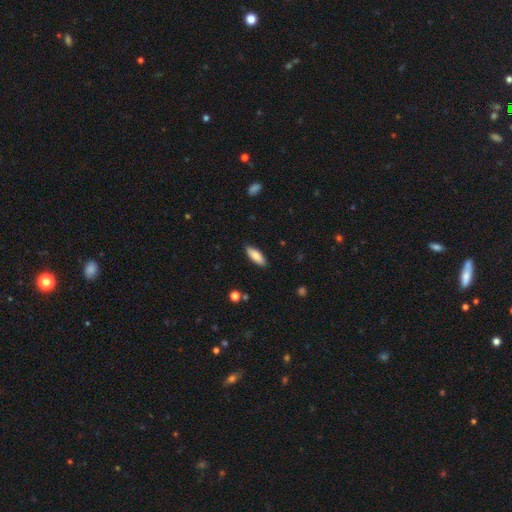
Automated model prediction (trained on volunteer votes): smooth_or_featured: smooth (p=0.85) [alt: featured or disk p=0.09]
how_rounded: in between (p=0.65) [alt: cigar-shaped p=0.33]
merging: none (p=0.88) [alt: minor disturbance p=0.09]